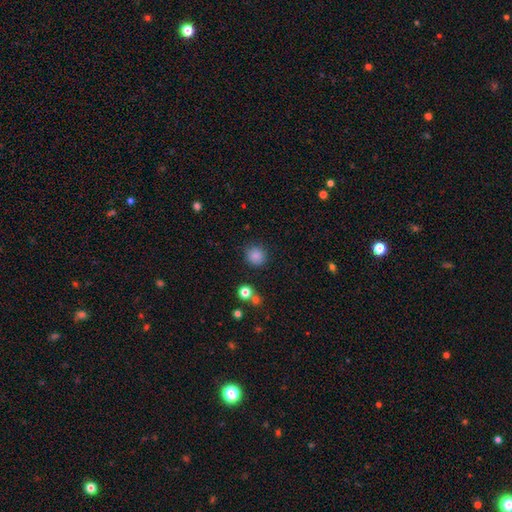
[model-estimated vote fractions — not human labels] Overall: smooth (85%). How rounded: round (90%). Merging: none (85%).